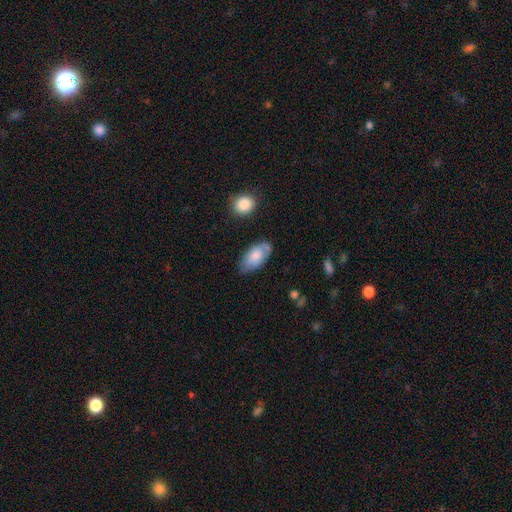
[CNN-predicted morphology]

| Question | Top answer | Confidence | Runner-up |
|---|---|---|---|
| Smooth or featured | smooth | 73% | featured or disk (21%) |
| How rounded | in between | 93% | cigar-shaped (5%) |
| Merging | none | 61% | minor disturbance (28%) |